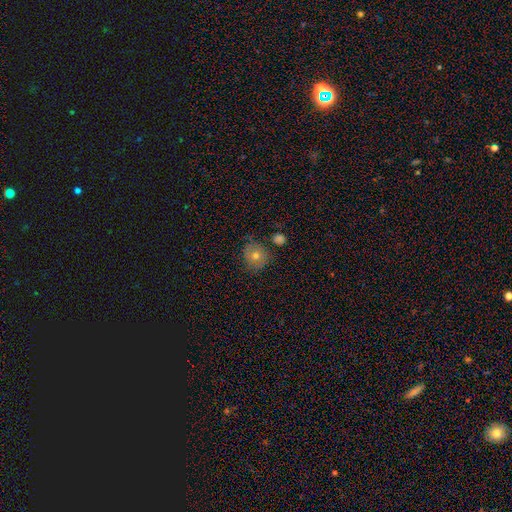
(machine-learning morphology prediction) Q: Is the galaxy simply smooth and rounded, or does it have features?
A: smooth — 60%.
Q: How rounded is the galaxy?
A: round — 85%.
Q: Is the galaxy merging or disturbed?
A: none — 74%.